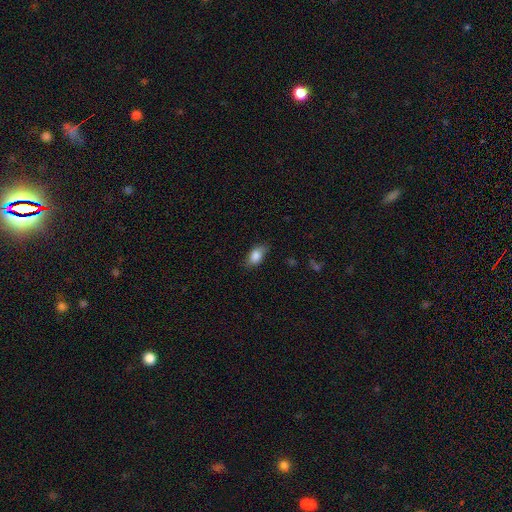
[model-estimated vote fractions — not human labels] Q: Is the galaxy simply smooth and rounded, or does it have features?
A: smooth — 85%.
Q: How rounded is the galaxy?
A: in between — 87%.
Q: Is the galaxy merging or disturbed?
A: none — 75%.